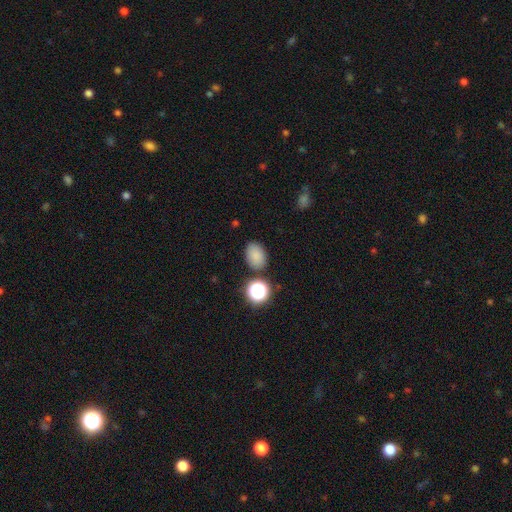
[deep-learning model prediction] smooth_or_featured: smooth (p=0.82) [alt: star or artifact p=0.12]
how_rounded: in between (p=0.73) [alt: round p=0.26]
merging: none (p=0.80) [alt: minor disturbance p=0.11]